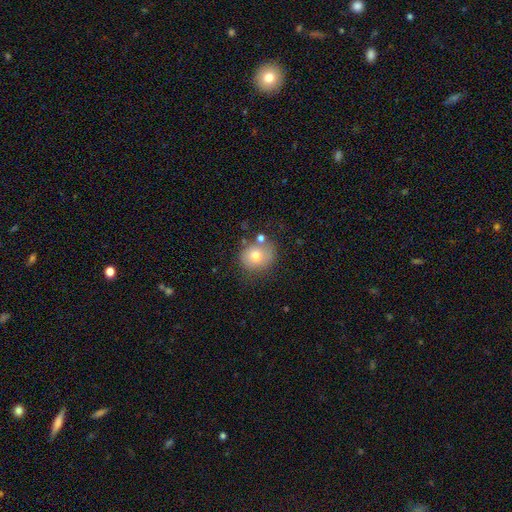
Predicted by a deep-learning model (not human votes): smooth-or-featured: smooth: 73% | featured or disk: 17% | star or artifact: 11%
  how-rounded: round: 71% | in between: 28% | cigar-shaped: 1%
  merging: none: 64% | minor disturbance: 18% | merger: 11% | major disturbance: 6%